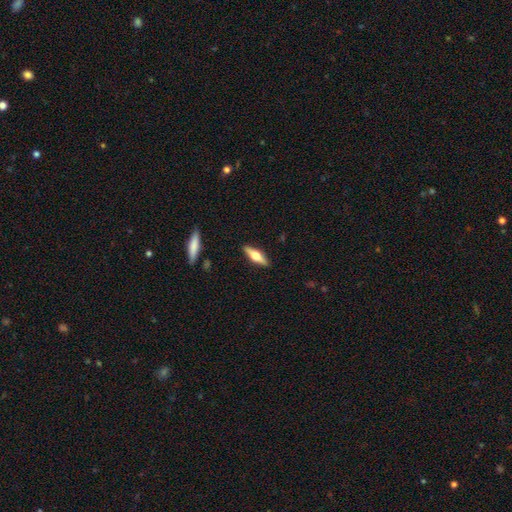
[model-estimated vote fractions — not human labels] This appears to be a featured or disk galaxy (51%) viewed edge-on (93%). Merging: none (90%).